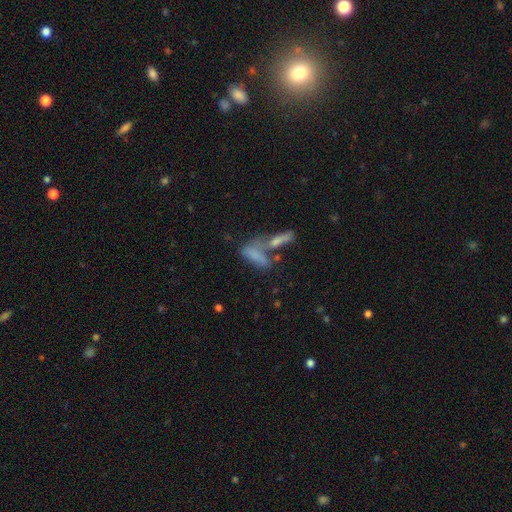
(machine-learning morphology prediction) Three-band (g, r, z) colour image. It shows a smooth galaxy with no disk features (66%) that is in between round and cigar-shaped (51%). Merging: merger (53%).